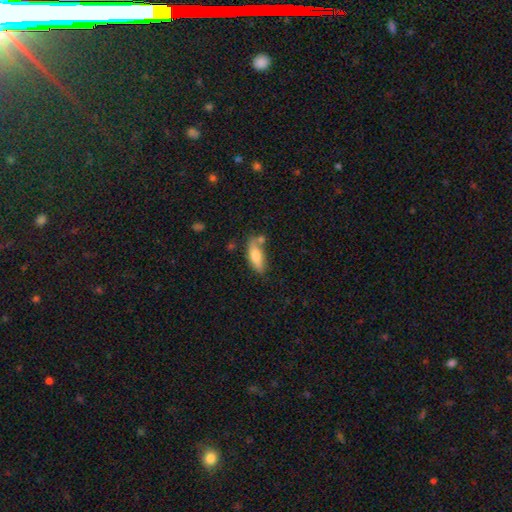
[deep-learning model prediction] smooth_or_featured: smooth (p=0.69) [alt: featured or disk p=0.24]
how_rounded: in between (p=0.68) [alt: cigar-shaped p=0.29]
merging: none (p=0.61) [alt: minor disturbance p=0.20]